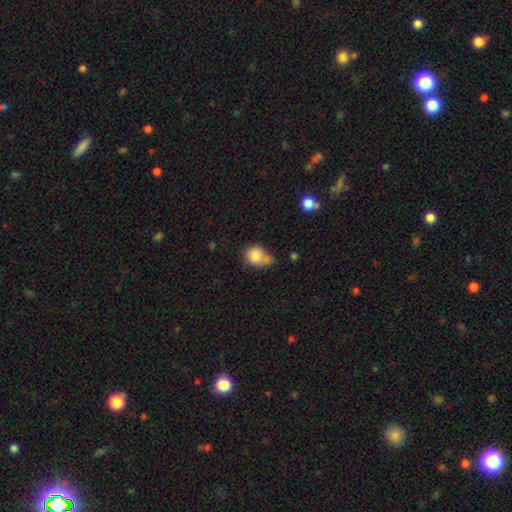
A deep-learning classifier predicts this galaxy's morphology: Smooth or featured?
  - smooth: 81% *
  - featured or disk: 10%
  - star or artifact: 9%
How rounded?
  - round: 72% *
  - in between: 27%
  - cigar-shaped: 1%
Merging?
  - merger: 35% * (tied)
  - none: 35% * (tied)
  - minor disturbance: 22%
  - major disturbance: 9%